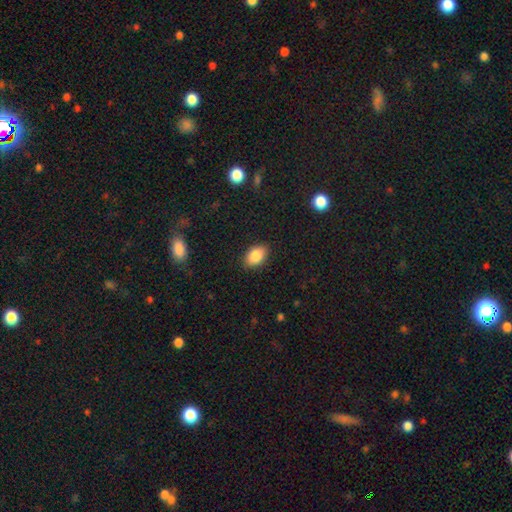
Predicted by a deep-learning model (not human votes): smooth 85%, star or artifact 8%, featured or disk 7%. Down the decision tree: how rounded — in between (88%); merging — none (87%).